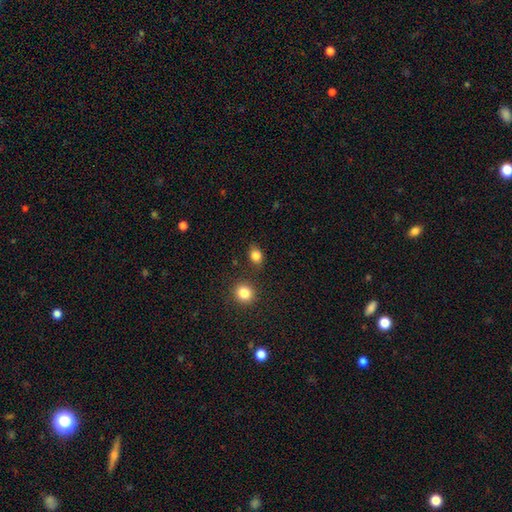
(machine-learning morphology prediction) This appears to be a smooth galaxy with no disk features (84%) that is round (50%). Merging: none (79%).